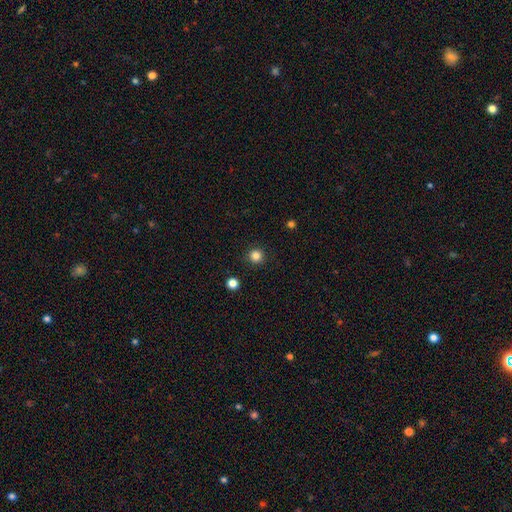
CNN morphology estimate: Smooth or featured? smooth (84%)
How rounded? round (95%)
Merging? none (92%)